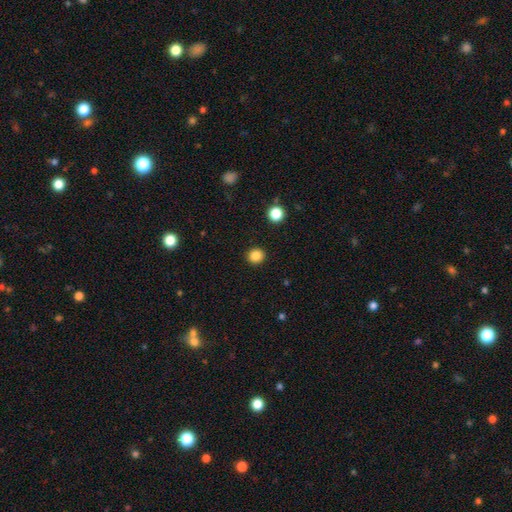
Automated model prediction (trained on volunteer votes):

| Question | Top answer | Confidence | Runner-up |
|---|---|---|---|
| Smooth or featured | smooth | 86% | star or artifact (11%) |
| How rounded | round | 88% | in between (11%) |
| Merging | none | 92% | minor disturbance (5%) |